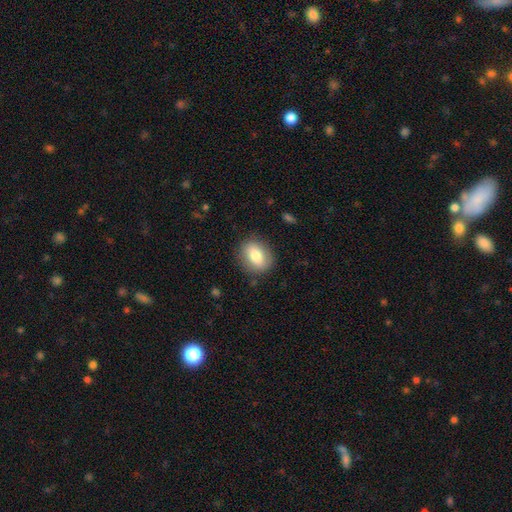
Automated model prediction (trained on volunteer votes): smooth-or-featured: smooth: 77% | featured or disk: 15% | star or artifact: 8%
  how-rounded: round: 50% | in between: 49% | cigar-shaped: 1%
  merging: none: 84% | minor disturbance: 11% | major disturbance: 3% | merger: 1%